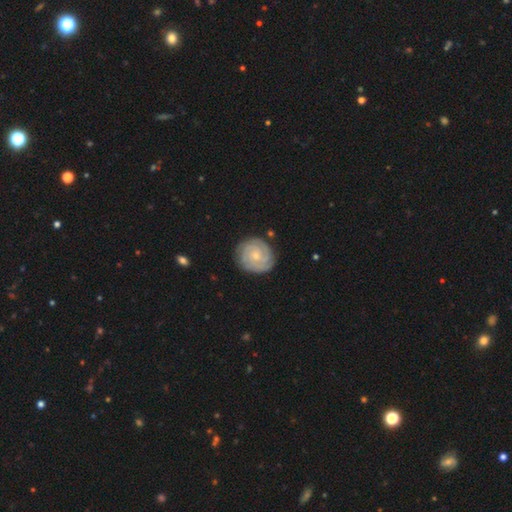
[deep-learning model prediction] The model was most divided on "spiral arm count": 3: 31%, 2: 21%, can't tell: 19%, 4: 17%, more than 4: 6%, 1: 6%. More confident: edge-on disk — no (98%); spiral arms — yes (97%); merging — none (84%); smooth or featured — featured or disk (84%); spiral winding — tight (83%); bar — no (75%); bulge size — small (71%).